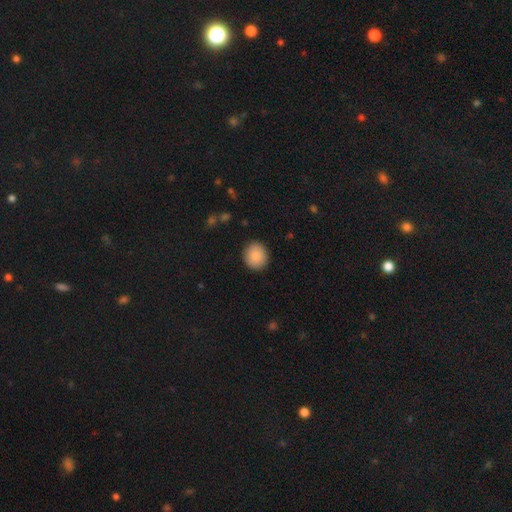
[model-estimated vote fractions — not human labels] A smooth galaxy with no disk features (86%) that is round (81%).

Vote fractions:
- Smooth or featured? smooth: 86% / star or artifact: 7% / featured or disk: 6%
- How rounded? round: 81% / in between: 18% / cigar-shaped: 1%
- Merging? none: 90% / minor disturbance: 7% / major disturbance: 2% / merger: 1%